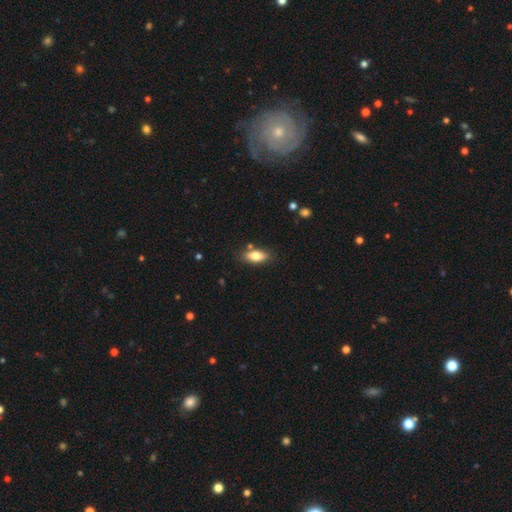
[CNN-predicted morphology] A smooth galaxy with no disk features (78%) that is in between round and cigar-shaped (84%). Merging: none (80%).